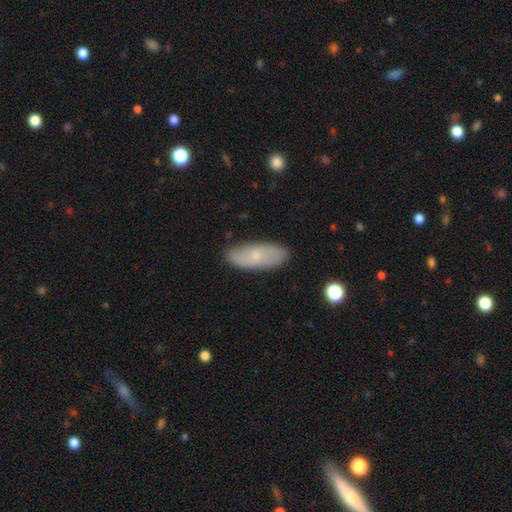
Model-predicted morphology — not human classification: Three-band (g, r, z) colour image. It shows a smooth galaxy with no disk features (63%) that is in between round and cigar-shaped (74%). Merging: none (85%).